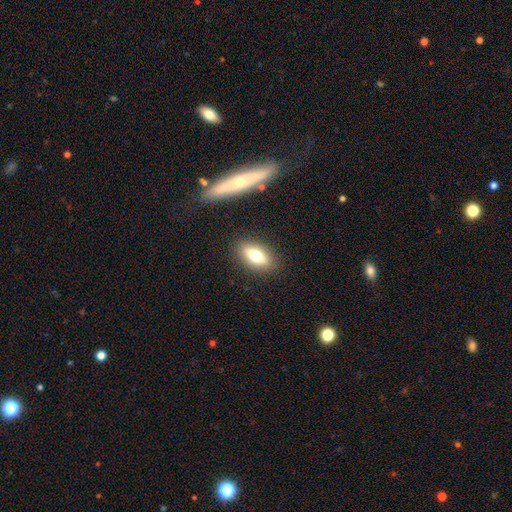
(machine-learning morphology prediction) A smooth galaxy with no disk features (63%) that is in between round and cigar-shaped (74%). Merging: none (86%).